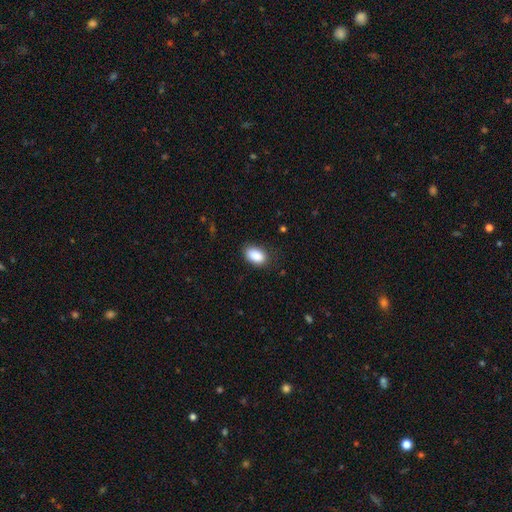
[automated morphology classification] This appears to be a smooth galaxy with no disk features (89%) that is in between round and cigar-shaped (92%). Merging: none (82%).